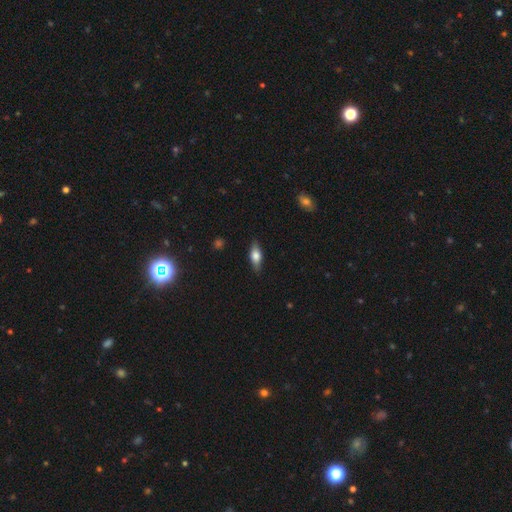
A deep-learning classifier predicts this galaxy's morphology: smooth-or-featured: smooth: 62% | featured or disk: 31% | star or artifact: 7%
  how-rounded: in between: 70% | cigar-shaped: 26% | round: 4%
  merging: none: 85% | minor disturbance: 12% | major disturbance: 2% | merger: 1%